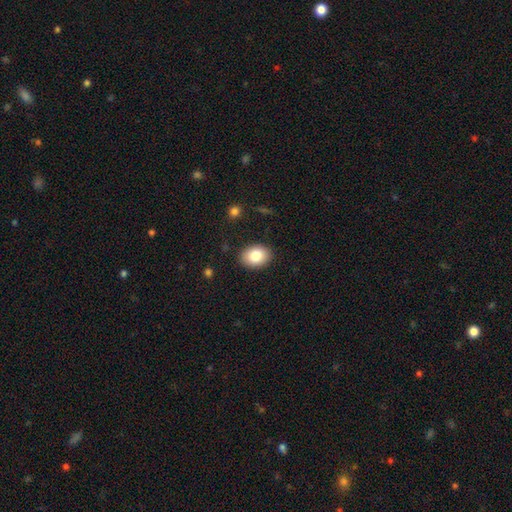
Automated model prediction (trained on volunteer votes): Smooth or featured? Predicted: smooth (p=0.83). How rounded? Predicted: in between (p=0.73). Merging? Predicted: none (p=0.88).